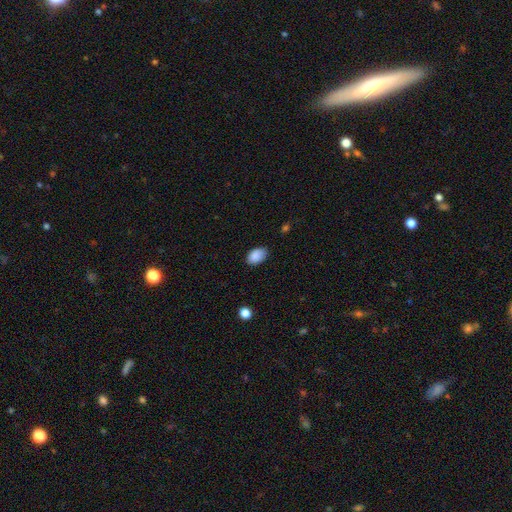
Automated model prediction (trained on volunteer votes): A smooth galaxy with no disk features (89%) that is in between round and cigar-shaped (88%). Merging: none (81%).